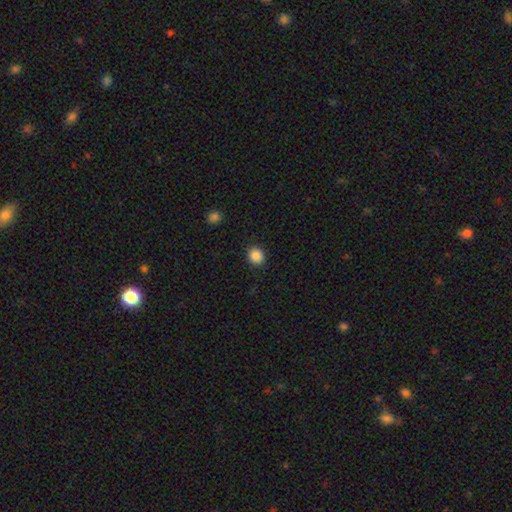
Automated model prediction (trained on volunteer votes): Q: Smooth or featured?
A: smooth (88%); runner-up: star or artifact (9%)
Q: How rounded?
A: round (78%); runner-up: in between (21%)
Q: Merging?
A: none (89%); runner-up: minor disturbance (7%)